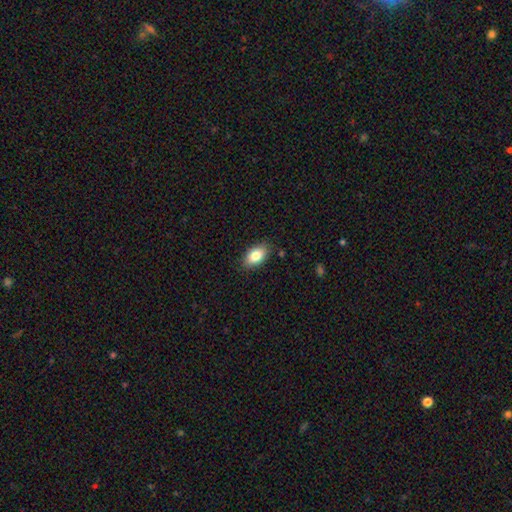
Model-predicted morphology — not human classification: smooth-or-featured: smooth: 83% | featured or disk: 9% | star or artifact: 7%
  how-rounded: in between: 91% | round: 6% | cigar-shaped: 3%
  merging: none: 85% | minor disturbance: 11% | major disturbance: 2% | merger: 1%